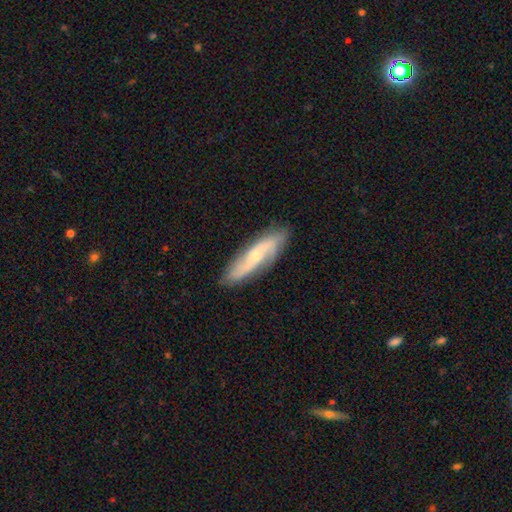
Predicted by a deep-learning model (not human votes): featured or disk 71%, smooth 23%, star or artifact 6%. Down the decision tree: edge-on disk — no (75%); bar — no (56%); spiral arms — yes (91%); bulge size — small (59%); merging — none (85%).